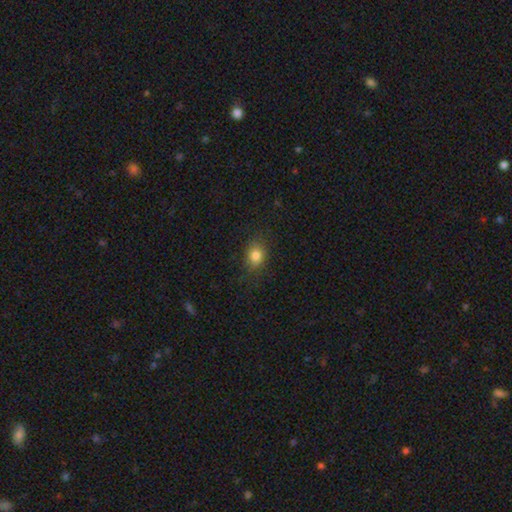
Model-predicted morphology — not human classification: This is clearly a smooth galaxy (82%). How rounded: possibly round (50%). Merging: clearly none (81%).